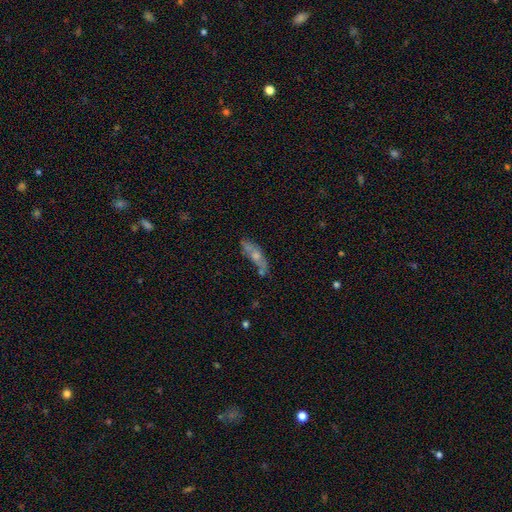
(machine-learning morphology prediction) Smooth or featured? Predicted: smooth (p=0.46). Merging? Predicted: none (p=0.57).